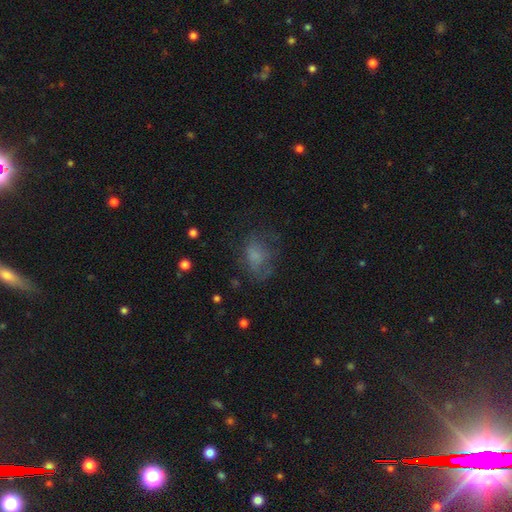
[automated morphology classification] Smooth or featured?
  - smooth: 58% *
  - featured or disk: 26%
  - star or artifact: 16%
How rounded?
  - in between: 67% *
  - round: 31%
  - cigar-shaped: 2%
Merging?
  - none: 50% *
  - major disturbance: 24%
  - minor disturbance: 24%
  - merger: 2%